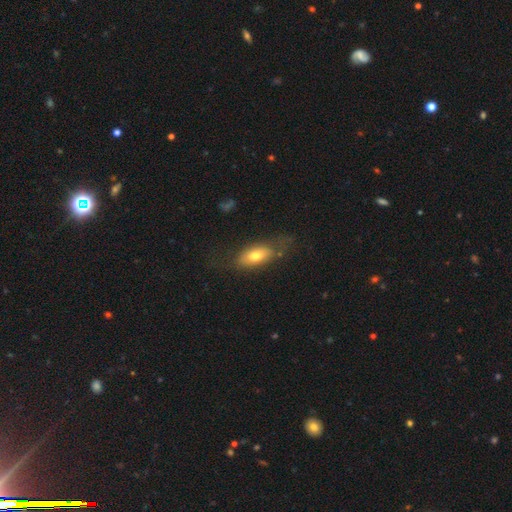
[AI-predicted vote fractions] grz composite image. It shows a smooth galaxy with no disk features (69%) that is in between round and cigar-shaped (80%). Merging: none (58%).